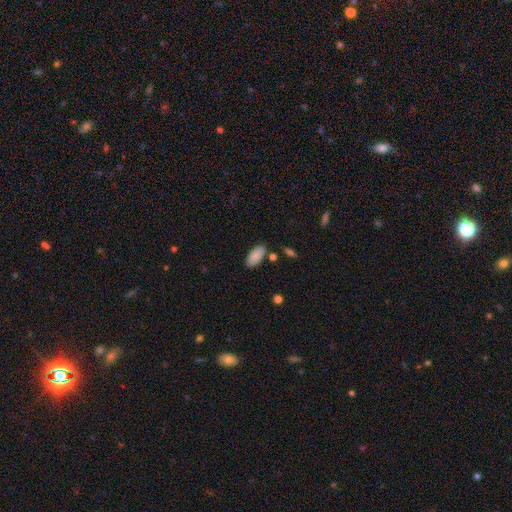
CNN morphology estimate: Smooth or featured? smooth (88%)
How rounded? in between (92%)
Merging? none (82%)